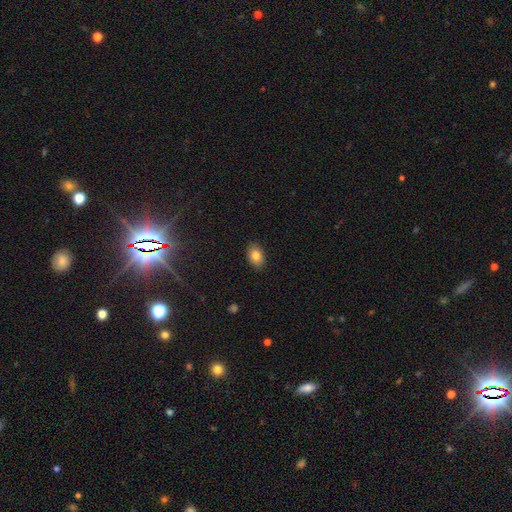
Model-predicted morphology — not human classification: Smooth or featured?
  - smooth: 83% *
  - star or artifact: 9%
  - featured or disk: 8%
How rounded?
  - in between: 84% *
  - round: 15%
  - cigar-shaped: 1%
Merging?
  - none: 88% *
  - minor disturbance: 9%
  - major disturbance: 2%
  - merger: 1%